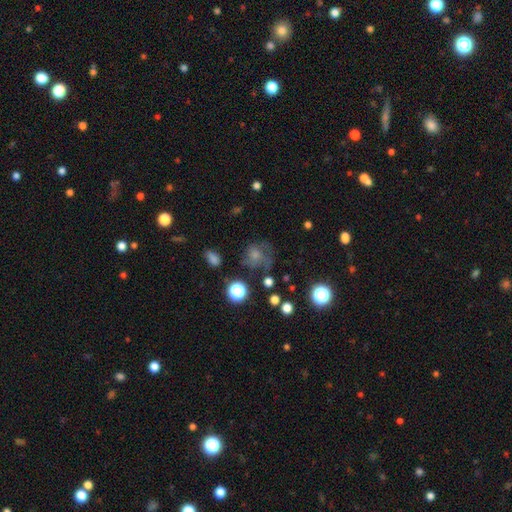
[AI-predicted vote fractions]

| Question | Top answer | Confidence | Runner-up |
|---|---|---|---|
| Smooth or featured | smooth | 59% | featured or disk (22%) |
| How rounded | round | 77% | in between (22%) |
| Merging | none | 47% | major disturbance (26%) |